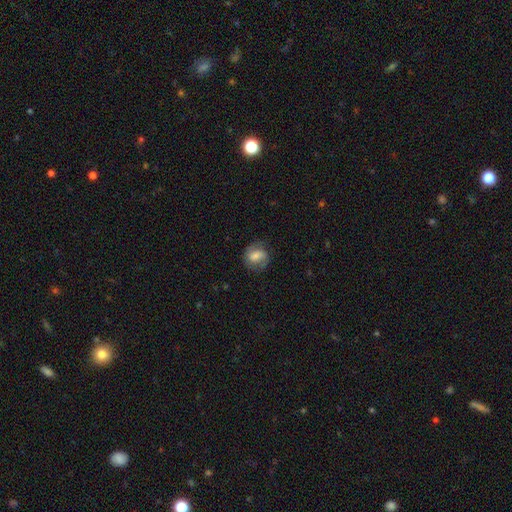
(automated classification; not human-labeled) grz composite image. It shows a featured or disk galaxy (47%). Merging: none (70%).